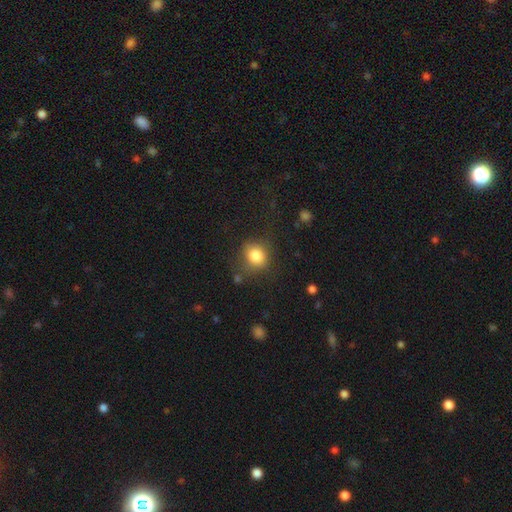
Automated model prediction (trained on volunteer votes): A smooth galaxy with no disk features (82%) that is round (74%). Merging: none (71%).